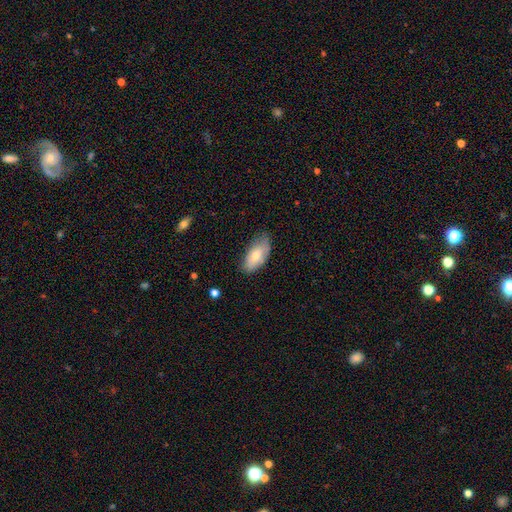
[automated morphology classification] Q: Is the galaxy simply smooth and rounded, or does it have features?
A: smooth — 68%.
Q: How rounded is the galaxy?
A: in between — 91%.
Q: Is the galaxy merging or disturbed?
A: none — 70%.